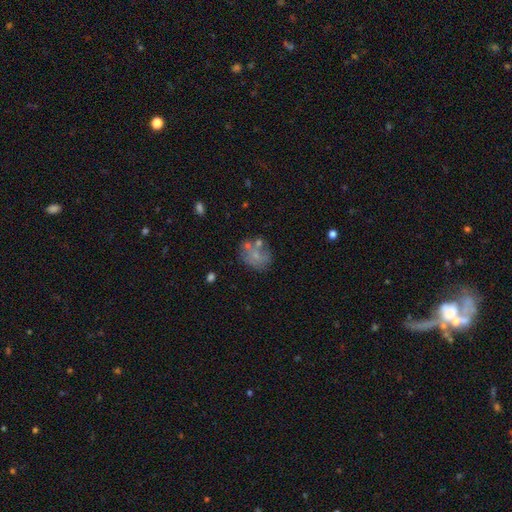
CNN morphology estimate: The model was most divided on "how rounded": round: 54%, in between: 44%, cigar-shaped: 1%. Remaining: smooth or featured — smooth (51%); merging — none (46%).